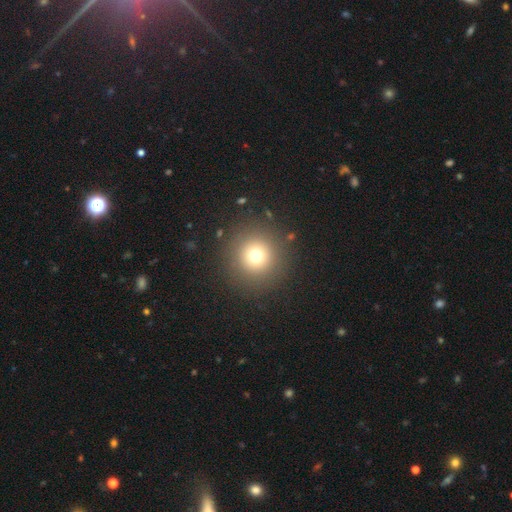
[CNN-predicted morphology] smooth_or_featured: smooth (p=0.73) [alt: star or artifact p=0.17]
how_rounded: round (p=0.96) [alt: in between p=0.03]
merging: none (p=0.89) [alt: minor disturbance p=0.06]